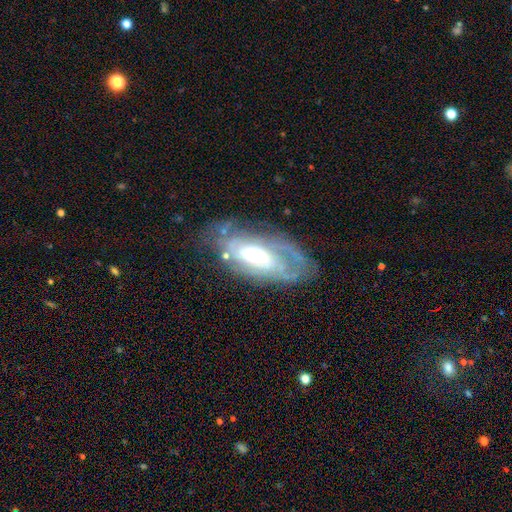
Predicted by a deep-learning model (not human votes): This is likely a featured or disk galaxy (75%). It is clearly not viewed edge-on (89%). Bar: possibly no (54%). Spiral arm pattern: likely yes (79%). Spiral arm count: possibly can't tell (50%). Spiral winding: possibly tight (58%). Central bulge: possibly moderate (57%). Merging: likely none (62%).